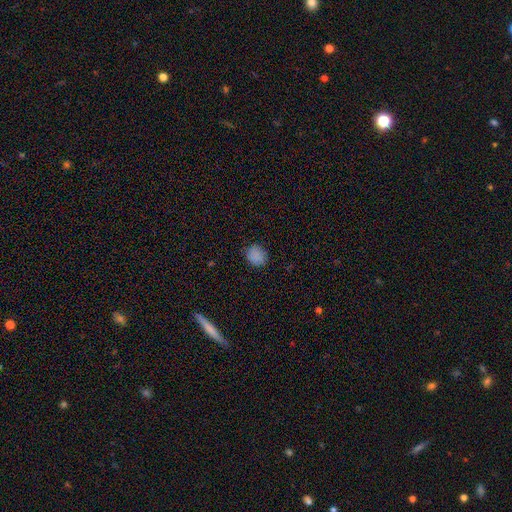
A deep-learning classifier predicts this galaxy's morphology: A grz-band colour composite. It shows a smooth galaxy with no disk features (84%) that is round (69%). Merging: none (81%).